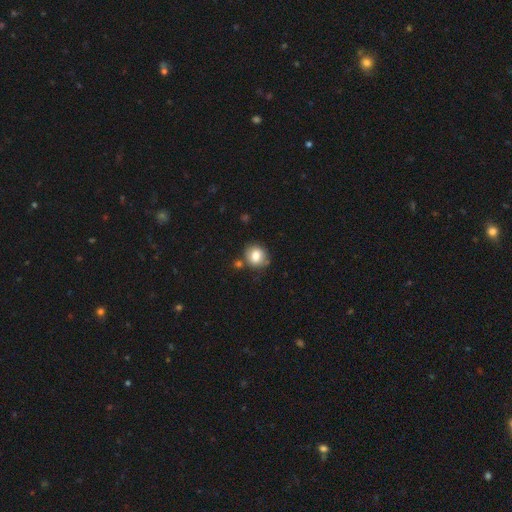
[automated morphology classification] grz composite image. It shows a smooth galaxy with no disk features (79%) that is round (80%). Merging: none (73%).